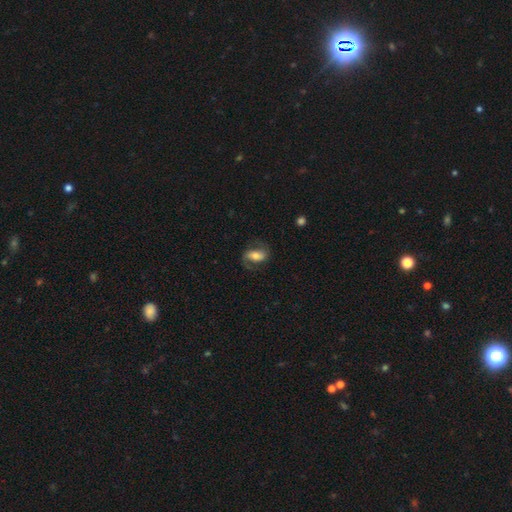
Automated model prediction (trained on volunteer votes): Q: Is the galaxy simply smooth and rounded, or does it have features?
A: featured or disk — 57%.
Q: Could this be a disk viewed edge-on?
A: no — 94%.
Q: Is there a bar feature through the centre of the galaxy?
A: strong — 37%.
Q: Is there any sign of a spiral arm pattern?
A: yes — 87%.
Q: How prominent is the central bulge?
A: moderate — 55%.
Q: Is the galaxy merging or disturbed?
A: none — 69%.